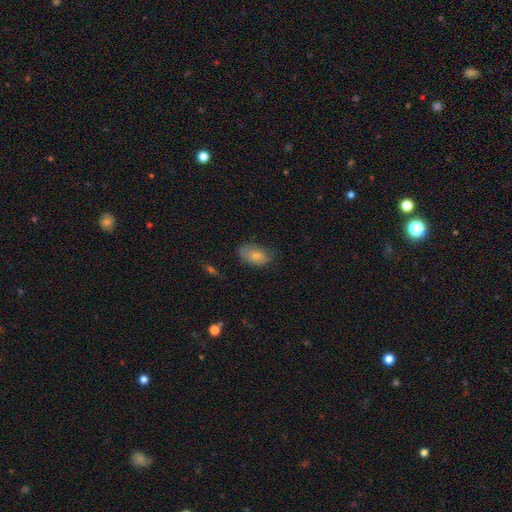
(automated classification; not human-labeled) Overall: smooth (75%). How rounded: in between (88%). Merging: none (63%; minor disturbance 28%).